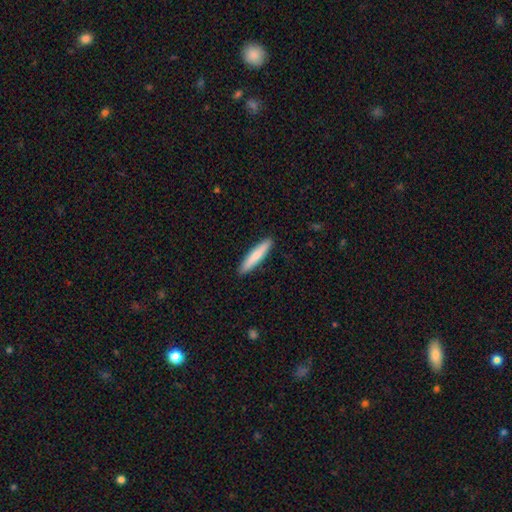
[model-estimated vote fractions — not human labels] smooth_or_featured: smooth (p=0.77) [alt: featured or disk p=0.18]
how_rounded: cigar-shaped (p=0.90) [alt: in between p=0.09]
merging: none (p=0.91) [alt: minor disturbance p=0.07]